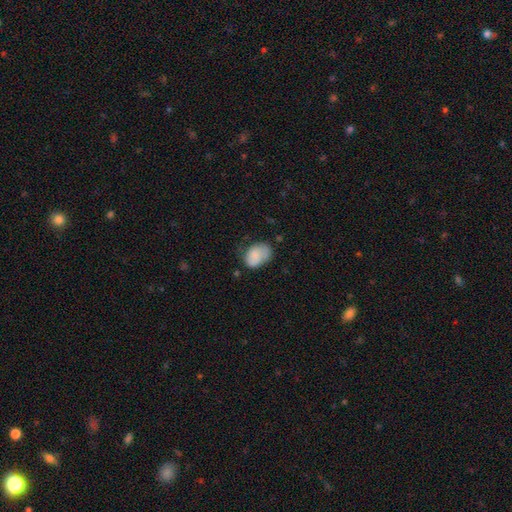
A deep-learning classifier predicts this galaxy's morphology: type=smooth (80%); roundness=in between (79%); merging=none (45%).